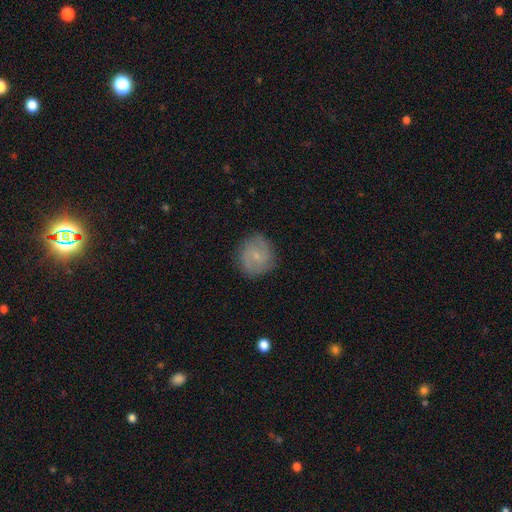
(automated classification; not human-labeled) smooth_or_featured: featured or disk (p=0.48) [alt: smooth p=0.44]
merging: none (p=0.82) [alt: minor disturbance p=0.13]